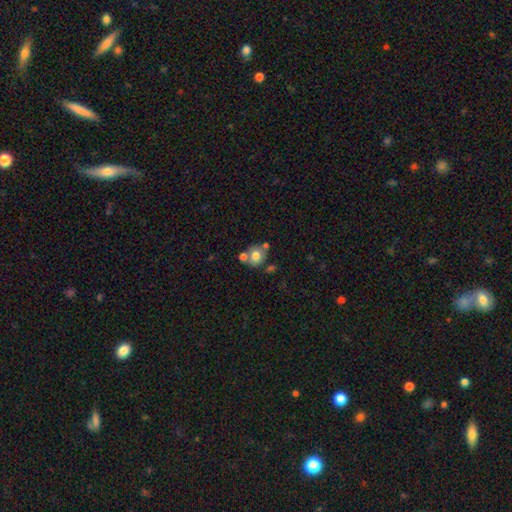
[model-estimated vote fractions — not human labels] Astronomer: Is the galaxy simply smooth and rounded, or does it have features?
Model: smooth — 72%.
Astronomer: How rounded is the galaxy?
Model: round — 70%.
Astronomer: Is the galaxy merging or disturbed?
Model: none — 53% (runner-up: merger, 29%).